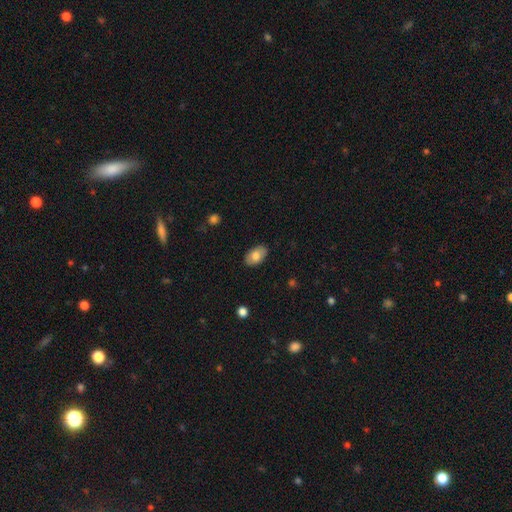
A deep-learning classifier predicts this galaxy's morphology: smooth_or_featured: smooth (p=0.76) [alt: featured or disk p=0.17]
how_rounded: in between (p=0.92) [alt: round p=0.07]
merging: none (p=0.86) [alt: minor disturbance p=0.10]